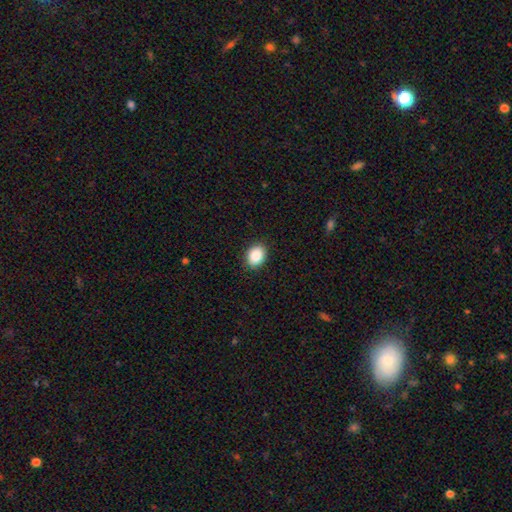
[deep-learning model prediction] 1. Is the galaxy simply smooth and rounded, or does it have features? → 88% smooth, 8% star or artifact, 4% featured or disk.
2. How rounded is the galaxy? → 66% in between, 33% round, 1% cigar-shaped.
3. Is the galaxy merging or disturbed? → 89% none, 8% minor disturbance, 2% major disturbance, 1% merger.